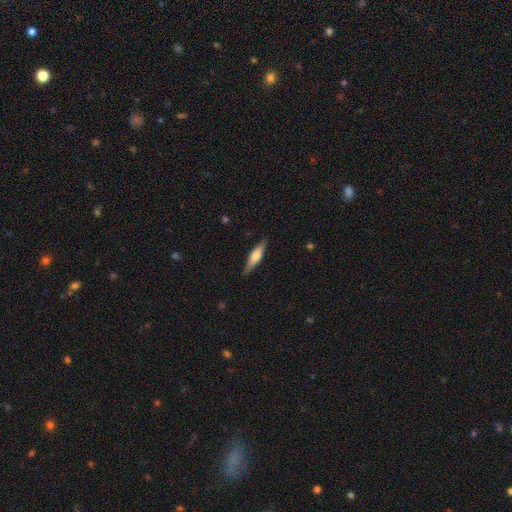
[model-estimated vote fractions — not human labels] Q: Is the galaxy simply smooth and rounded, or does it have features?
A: smooth — 48%.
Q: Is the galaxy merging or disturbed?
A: none — 86%.